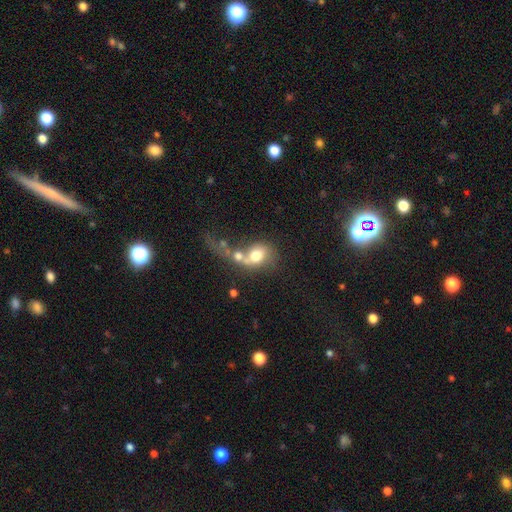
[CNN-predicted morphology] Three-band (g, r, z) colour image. It shows a smooth galaxy with no disk features (61%) that is round (52%). Merging: merger (60%).